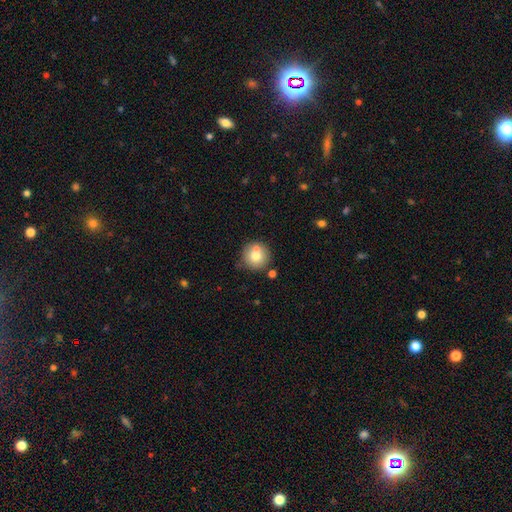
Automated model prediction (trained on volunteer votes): Smooth or featured: smooth — 74% (featured or disk — 17%)
How rounded: round — 94% (in between — 5%)
Merging: none — 70% (merger — 16%)